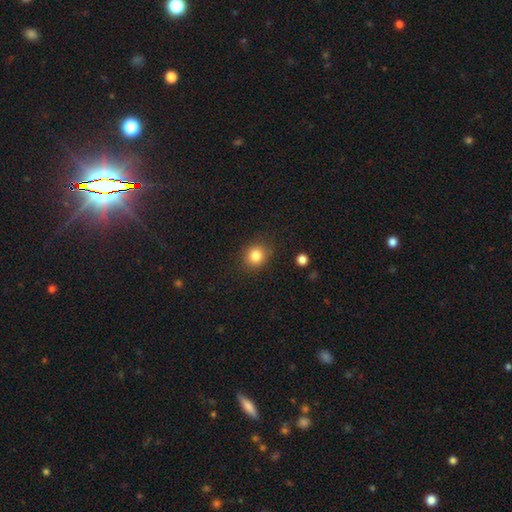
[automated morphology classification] Smooth or featured: smooth — 83% (star or artifact — 11%)
How rounded: round — 83% (in between — 16%)
Merging: none — 87% (minor disturbance — 8%)